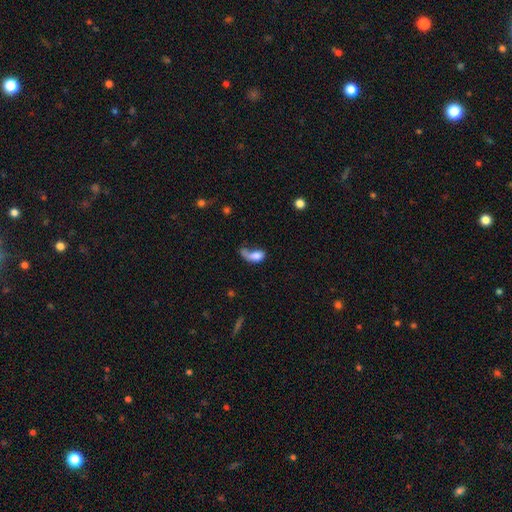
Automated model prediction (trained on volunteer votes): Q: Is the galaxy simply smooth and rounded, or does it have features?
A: smooth — 68%.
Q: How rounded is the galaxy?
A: in between — 83%.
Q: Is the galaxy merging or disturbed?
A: major disturbance — 40%.